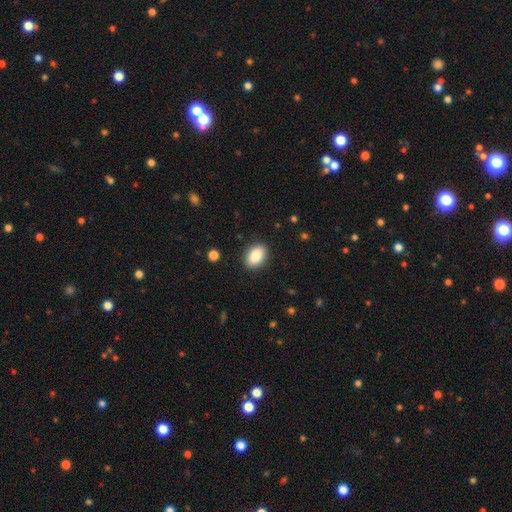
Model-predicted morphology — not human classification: smooth-or-featured: smooth: 87% | star or artifact: 7% | featured or disk: 6%
  how-rounded: in between: 87% | round: 11% | cigar-shaped: 1%
  merging: none: 89% | minor disturbance: 8% | major disturbance: 2% | merger: 1%